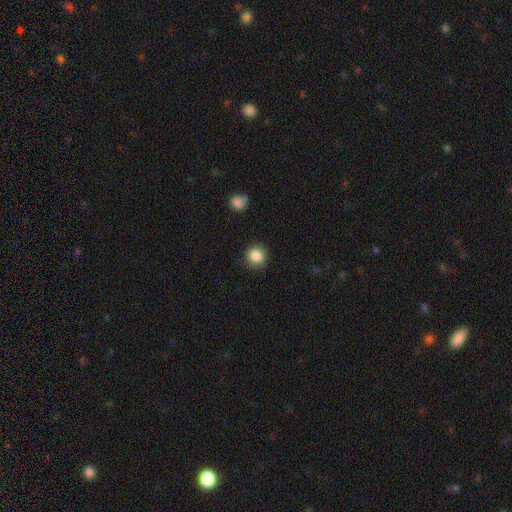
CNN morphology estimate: Smooth or featured: smooth — 86% (star or artifact — 10%)
How rounded: round — 91% (in between — 8%)
Merging: none — 89% (minor disturbance — 7%)